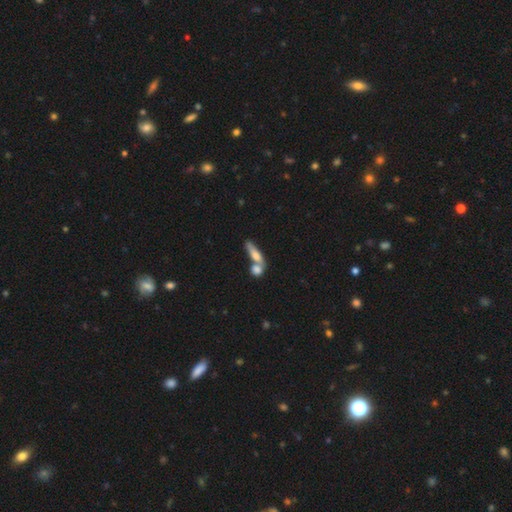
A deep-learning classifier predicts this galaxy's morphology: Overall: smooth (67%). How rounded: cigar-shaped (50%; in between 40%). Merging: merger (51%; none 34%).